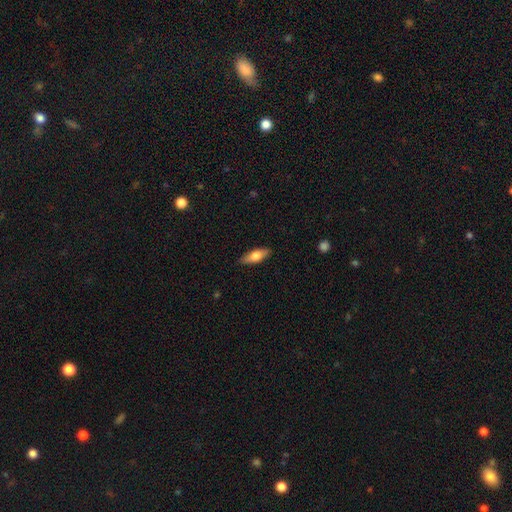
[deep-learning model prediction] Smooth or featured? Predicted: smooth (p=0.68). How rounded? Predicted: in between (p=0.66). Merging? Predicted: none (p=0.87).